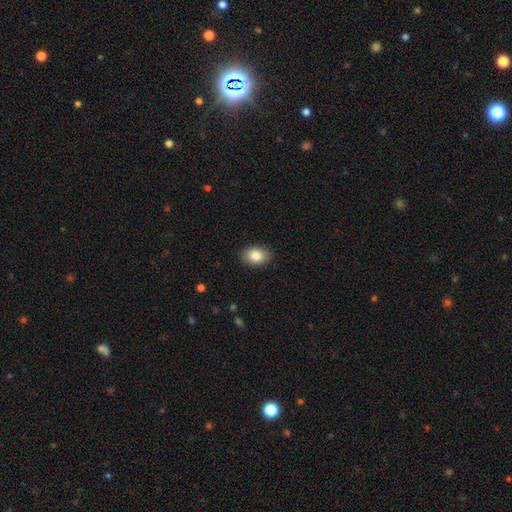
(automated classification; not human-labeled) Smooth or featured: smooth — 84% (featured or disk — 8%)
How rounded: in between — 83% (round — 16%)
Merging: none — 89% (minor disturbance — 8%)